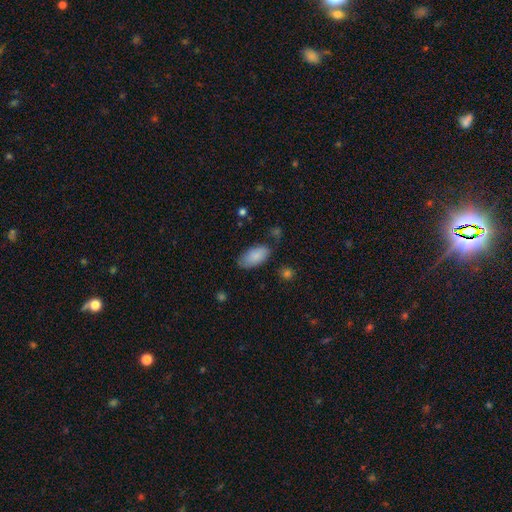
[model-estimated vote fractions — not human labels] Overall: smooth (87%). How rounded: in between (94%). Merging: none (71%).